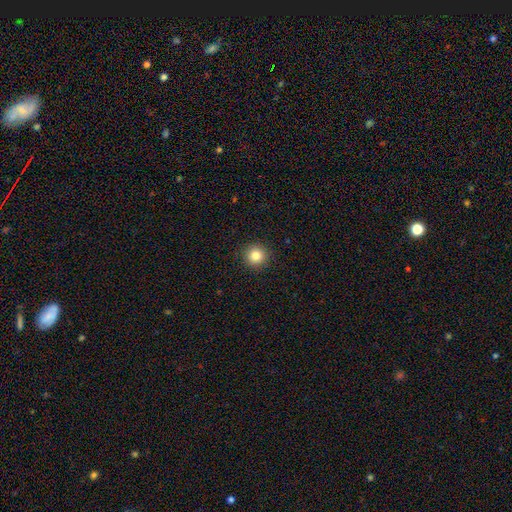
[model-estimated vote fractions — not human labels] smooth_or_featured: smooth (p=0.82) [alt: star or artifact p=0.11]
how_rounded: round (p=0.95) [alt: in between p=0.04]
merging: none (p=0.93) [alt: minor disturbance p=0.05]